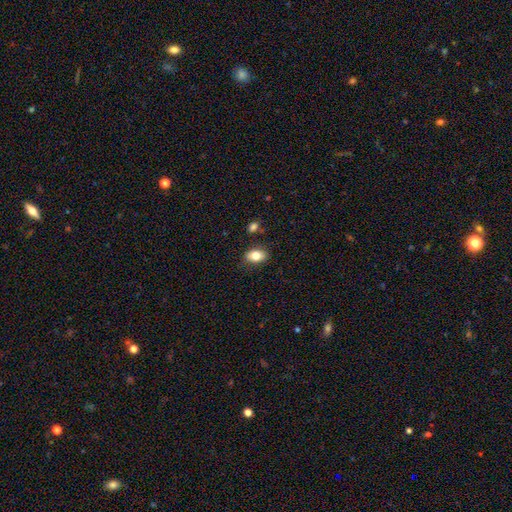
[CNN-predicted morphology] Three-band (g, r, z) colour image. It shows a smooth galaxy with no disk features (80%) that is in between round and cigar-shaped (87%). Merging: none (83%).